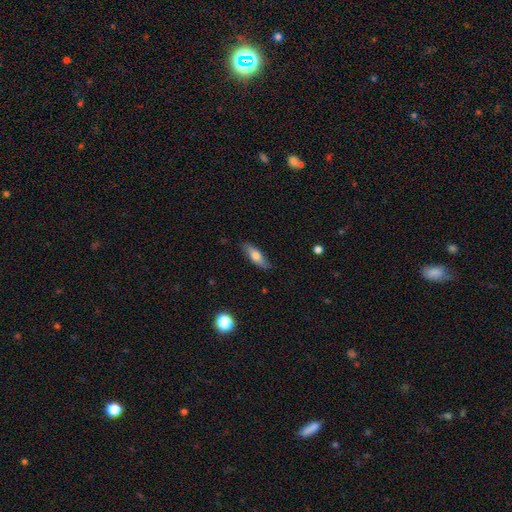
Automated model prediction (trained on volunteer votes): Smooth or featured? smooth (64%)
How rounded? in between (52%)
Merging? none (81%)